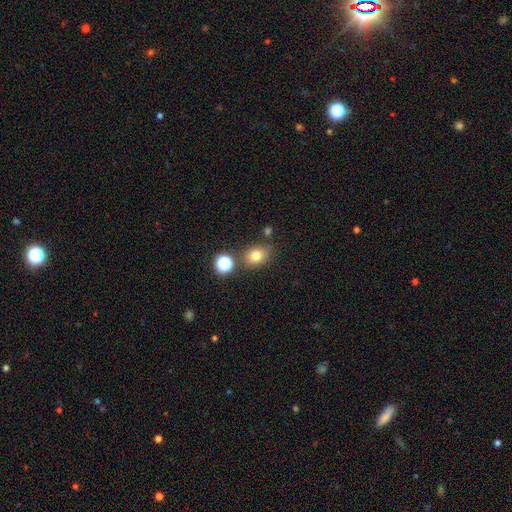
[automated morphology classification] The model was most divided on "how rounded": in between: 52%, round: 47%, cigar-shaped: 1%. More confident: smooth or featured — smooth (76%); merging — none (73%).